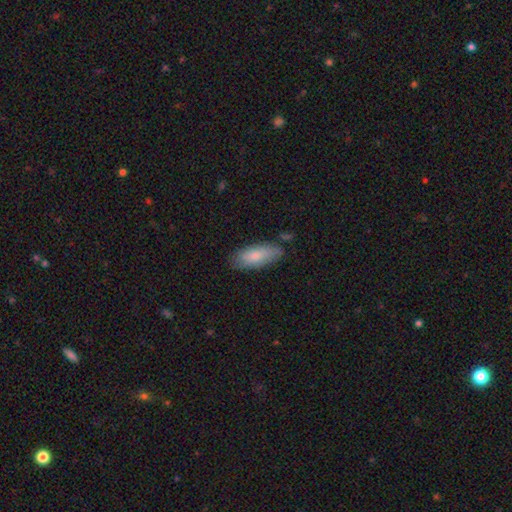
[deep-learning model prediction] Smooth or featured?
  - smooth: 82% *
  - featured or disk: 13%
  - star or artifact: 6%
How rounded?
  - in between: 75% *
  - cigar-shaped: 23%
  - round: 2%
Merging?
  - none: 76% *
  - minor disturbance: 17%
  - major disturbance: 3%
  - merger: 3%